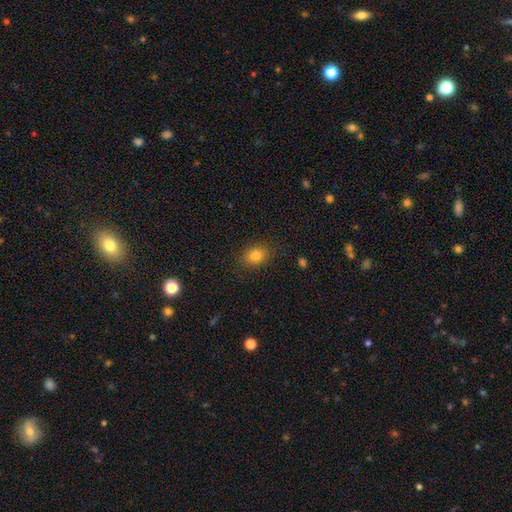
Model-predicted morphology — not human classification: A smooth galaxy with no disk features (82%) that is in between round and cigar-shaped (55%).

Vote fractions:
- Smooth or featured? smooth: 82% / star or artifact: 11% / featured or disk: 7%
- How rounded? in between: 55% / round: 44% / cigar-shaped: 1%
- Merging? none: 84% / minor disturbance: 11% / major disturbance: 3% / merger: 1%